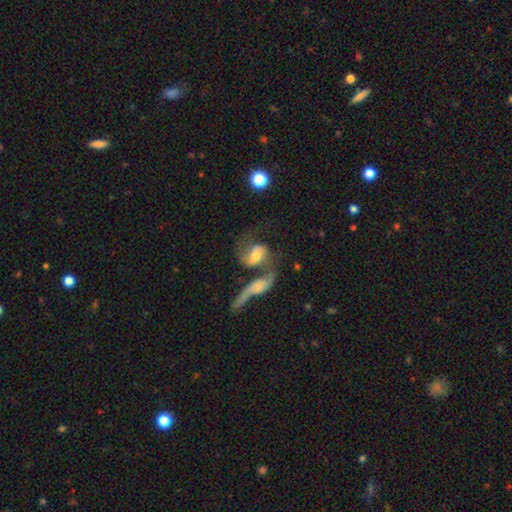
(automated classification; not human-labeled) This is likely a featured or disk galaxy (71%). It is clearly not viewed edge-on (94%). Bar: marginally weak (42%). Spiral arm pattern: clearly yes (89%). Spiral arm count: clearly 2 (84%). Spiral winding: possibly loose (58%). Central bulge: possibly moderate (58%). Merging: possibly merger (55%).